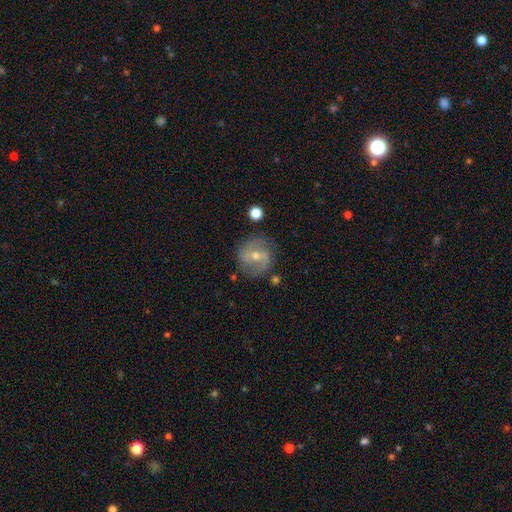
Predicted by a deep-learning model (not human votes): Overall: featured or disk (76%). Edge-on disk: no (97%). Bar: weak (45%; no 33%). Spiral arms: yes (88%). Spiral arm count: 2 (82%). Spiral winding: medium (48%; tight 30%). Bulge size: moderate (49%; small 48%). Merging: none (79%).